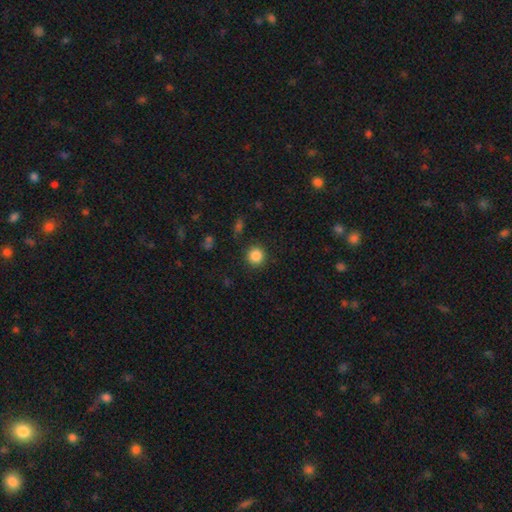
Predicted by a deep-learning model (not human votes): This appears to be a smooth galaxy with no disk features (86%) that is round (93%). Merging: none (90%).